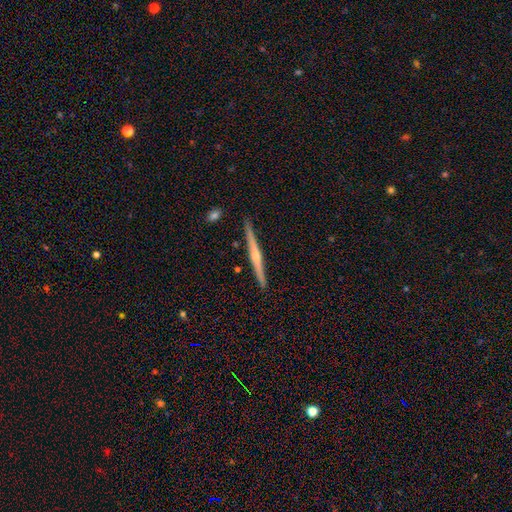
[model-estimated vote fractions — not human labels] Smooth or featured? Predicted: featured or disk (p=0.74). Edge-on disk? Predicted: yes (p=0.98). Edge-on bulge? Predicted: rounded (p=0.75). Merging? Predicted: none (p=0.91).